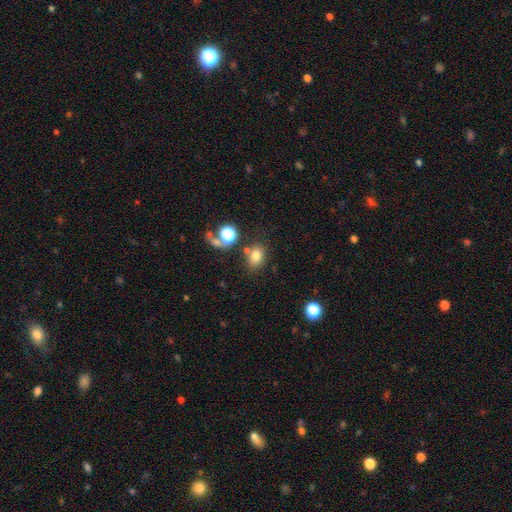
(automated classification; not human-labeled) Smooth or featured: smooth — 76% (star or artifact — 14%)
How rounded: in between — 66% (round — 33%)
Merging: none — 69% (merger — 13%)